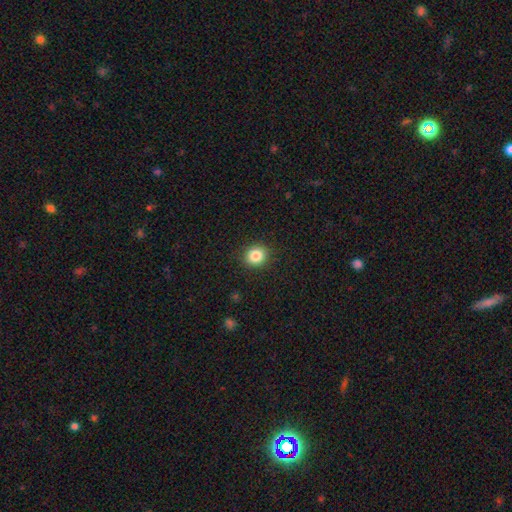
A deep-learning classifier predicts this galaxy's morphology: type=smooth (85%); roundness=round (81%); merging=none (90%).